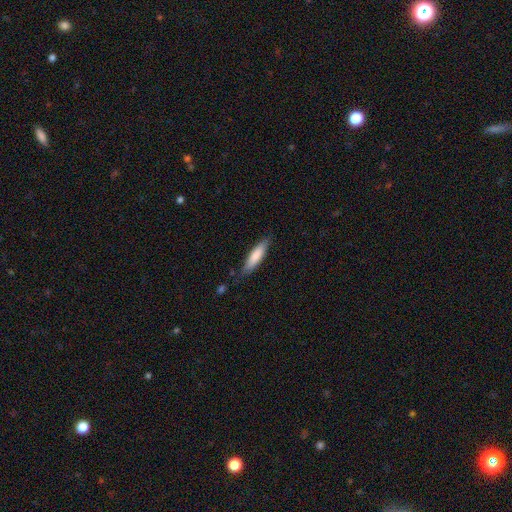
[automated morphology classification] Smooth or featured?
  - smooth: 79% *
  - featured or disk: 16%
  - star or artifact: 5%
How rounded?
  - cigar-shaped: 71% *
  - in between: 28%
  - round: 1%
Merging?
  - none: 78% *
  - minor disturbance: 16%
  - major disturbance: 3%
  - merger: 2%